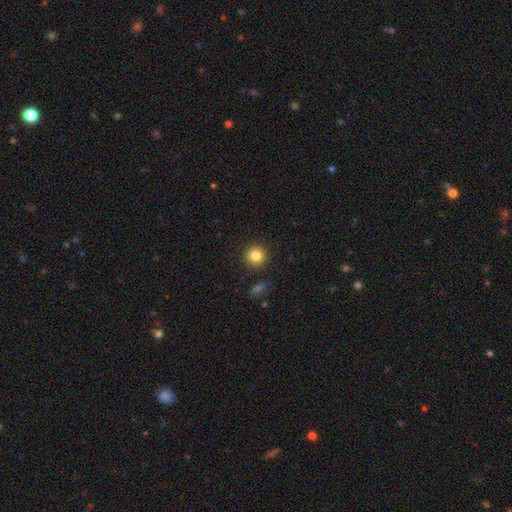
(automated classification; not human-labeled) smooth-or-featured: smooth: 83% | star or artifact: 10% | featured or disk: 7%
  how-rounded: round: 94% | in between: 5% | cigar-shaped: 1%
  merging: none: 91% | minor disturbance: 5% | major disturbance: 2% | merger: 2%